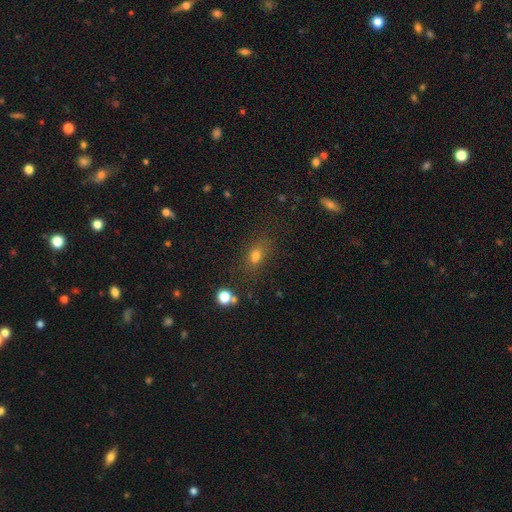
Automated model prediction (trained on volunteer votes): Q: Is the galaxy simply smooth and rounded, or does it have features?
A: smooth — 68%.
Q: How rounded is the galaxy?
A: in between — 64%.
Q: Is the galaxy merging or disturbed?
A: none — 60%.